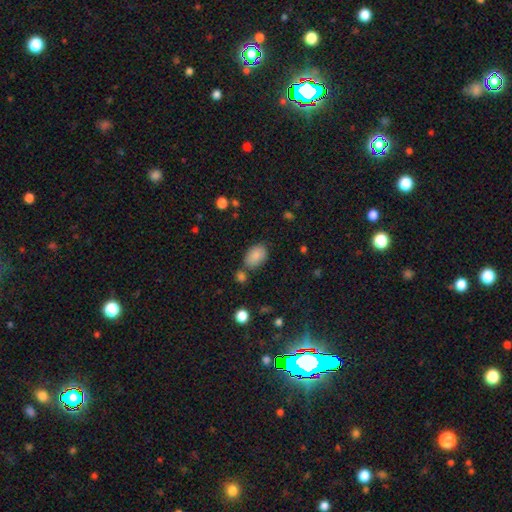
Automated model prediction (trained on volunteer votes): Overall: smooth (86%). How rounded: in between (88%). Merging: none (69%).